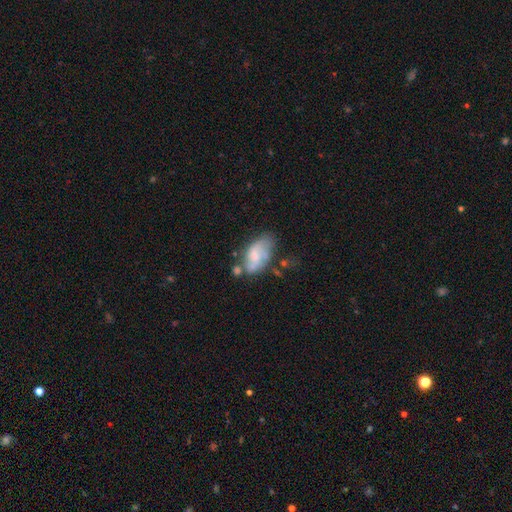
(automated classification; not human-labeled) The model was most divided on "merging": none: 38%, minor disturbance: 28%, major disturbance: 18%, merger: 16%. Remaining: edge-on disk — no (96%); spiral arms — yes (71%); bar — no (56%); smooth or featured — featured or disk (54%); bulge size — small (46%).